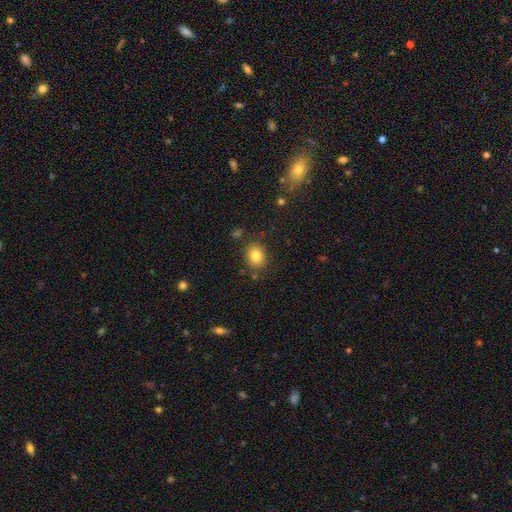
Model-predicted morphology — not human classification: Smooth or featured: smooth — 83% (star or artifact — 10%)
How rounded: round — 52% (in between — 47%)
Merging: none — 82% (minor disturbance — 11%)